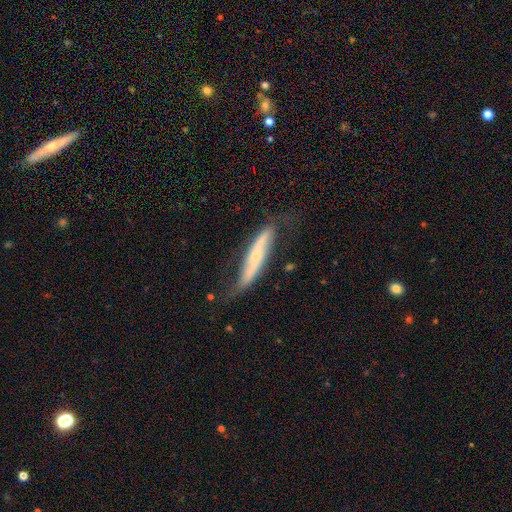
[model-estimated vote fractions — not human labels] Overall: featured or disk (63%; smooth 31%). Edge-on disk: yes (53%; no 47%). Merging: none (55%; minor disturbance 30%).